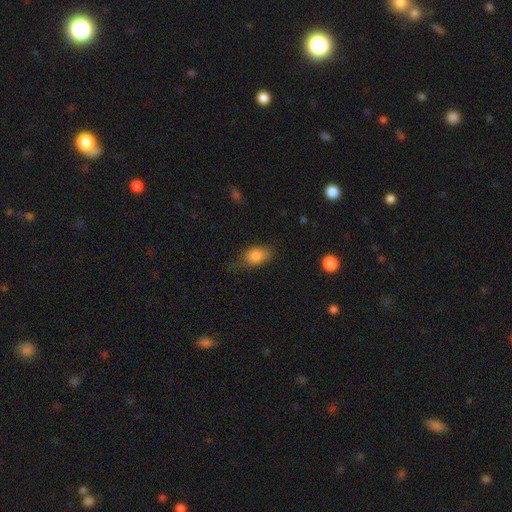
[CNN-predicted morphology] smooth_or_featured: smooth (p=0.83) [alt: featured or disk p=0.08]
how_rounded: in between (p=0.84) [alt: round p=0.13]
merging: none (p=0.57) [alt: minor disturbance p=0.30]